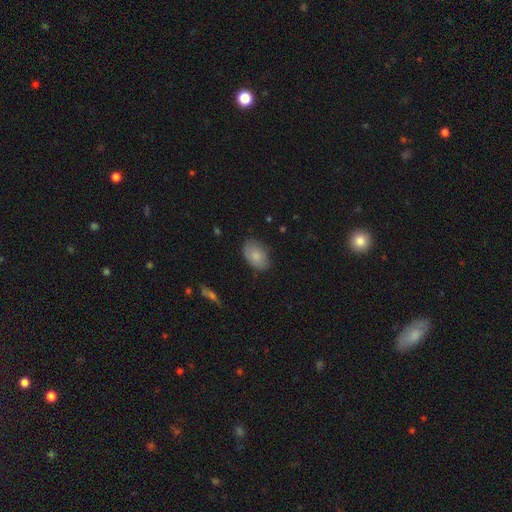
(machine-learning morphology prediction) type=smooth (82%); roundness=in between (90%); merging=none (78%).